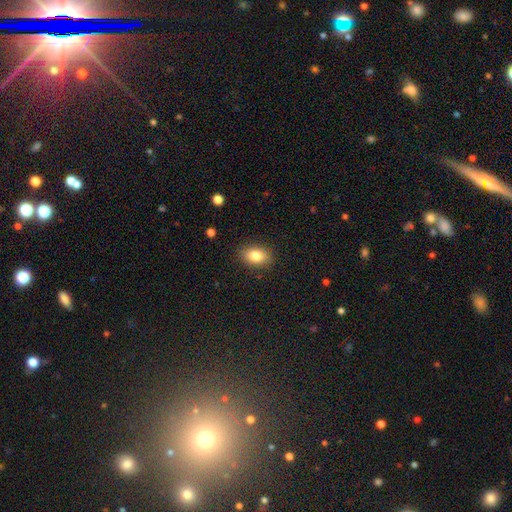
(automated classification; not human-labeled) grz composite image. It shows a smooth galaxy with no disk features (82%) that is in between round and cigar-shaped (82%). Merging: none (87%).